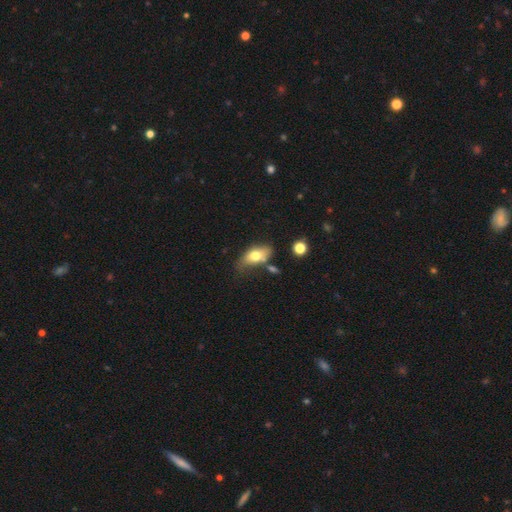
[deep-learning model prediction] smooth_or_featured: smooth (p=0.68) [alt: featured or disk p=0.24]
how_rounded: in between (p=0.86) [alt: cigar-shaped p=0.08]
merging: none (p=0.55) [alt: minor disturbance p=0.24]